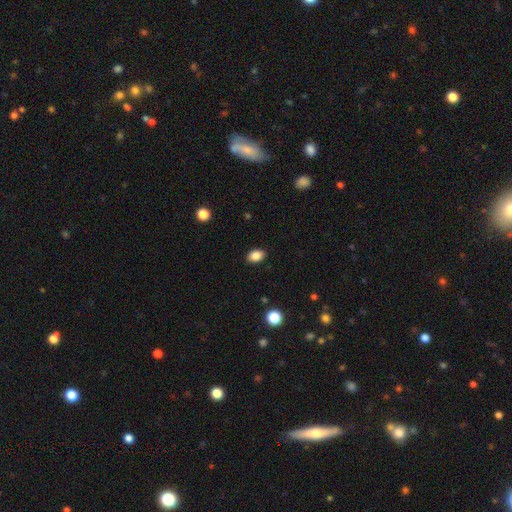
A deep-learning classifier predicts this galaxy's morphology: type=smooth (86%); roundness=in between (81%); merging=none (89%).